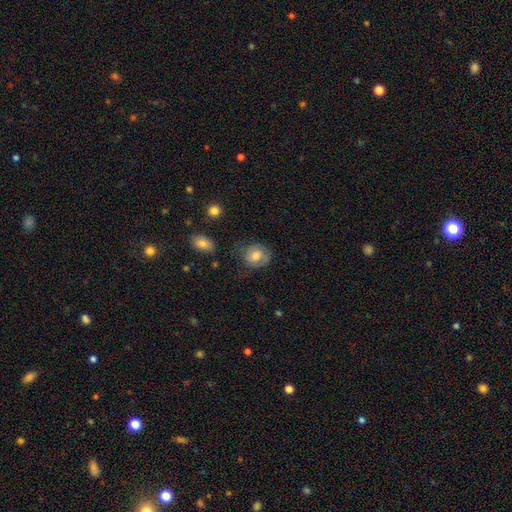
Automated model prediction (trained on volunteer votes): Morphology: type=smooth (52%); roundness=round (70%); merging=none (63%).